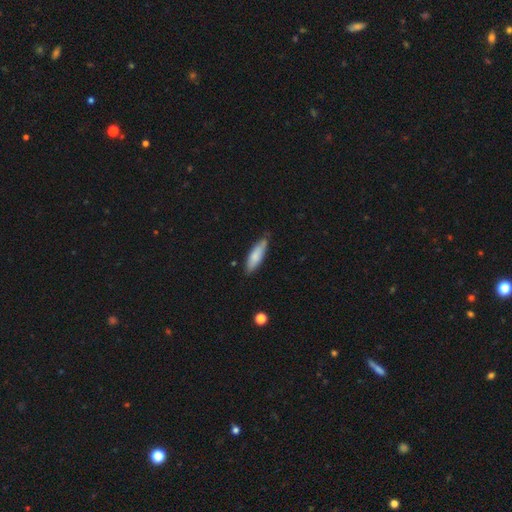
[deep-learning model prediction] Smooth or featured: smooth — 79% (featured or disk — 15%)
How rounded: cigar-shaped — 53% (in between — 46%)
Merging: none — 76% (minor disturbance — 20%)